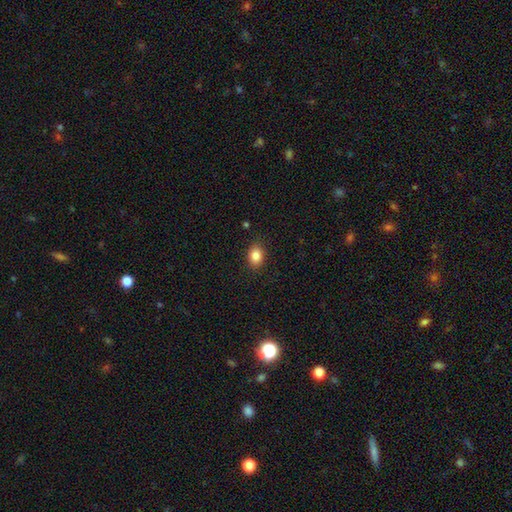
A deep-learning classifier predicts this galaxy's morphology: Smooth or featured? Predicted: smooth (p=0.85). How rounded? Predicted: in between (p=0.69). Merging? Predicted: none (p=0.87).